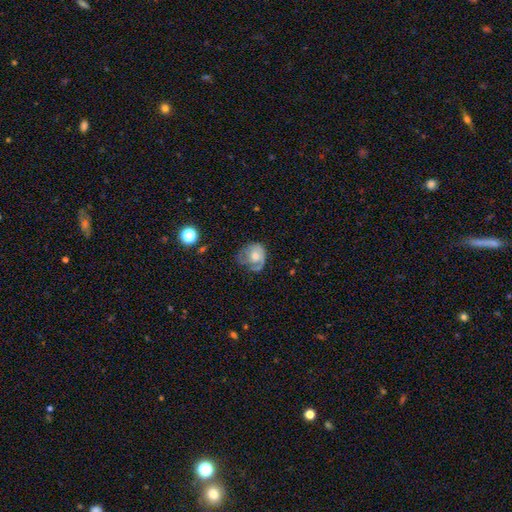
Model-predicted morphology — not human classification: Smooth or featured: featured or disk — 52% (smooth — 40%)
Edge-on disk: no — 97% (yes — 3%)
Bar: no — 80% (weak — 18%)
Spiral arms: yes — 67% (no — 33%)
Bulge size: moderate — 55% (small — 23%)
Merging: none — 39% (major disturbance — 30%)